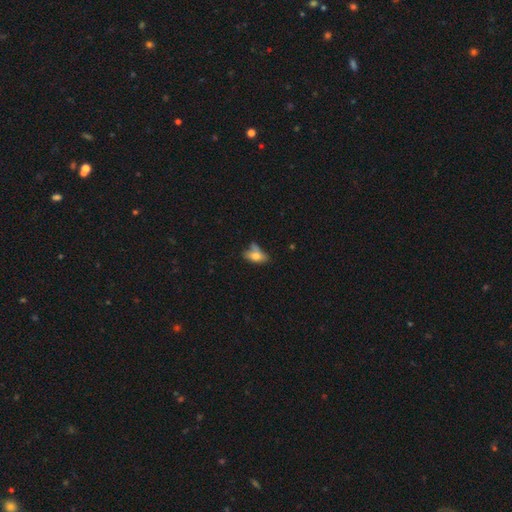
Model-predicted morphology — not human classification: Q: Smooth or featured?
A: smooth (68%); runner-up: featured or disk (23%)
Q: How rounded?
A: in between (84%); runner-up: cigar-shaped (9%)
Q: Merging?
A: none (43%); runner-up: minor disturbance (27%)